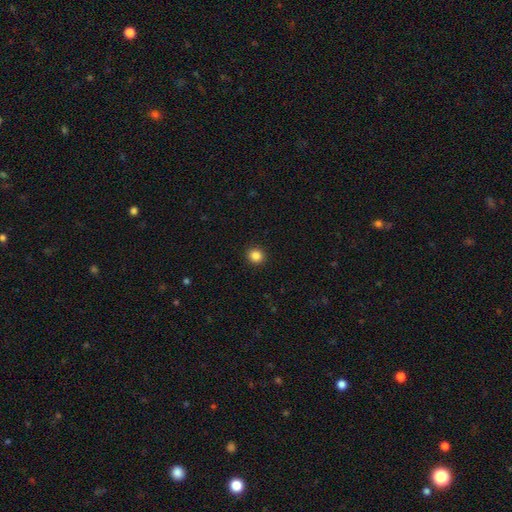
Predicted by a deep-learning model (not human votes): smooth 86%, star or artifact 11%, featured or disk 3%. Down the decision tree: how rounded — round (89%); merging — none (93%).